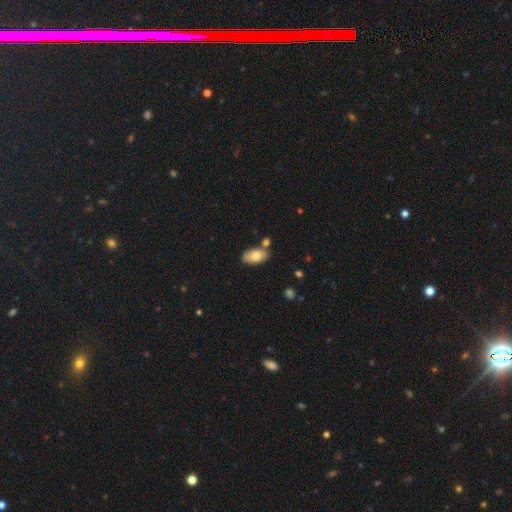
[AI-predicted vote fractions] smooth_or_featured: smooth (p=0.78) [alt: featured or disk p=0.15]
how_rounded: in between (p=0.93) [alt: round p=0.03]
merging: none (p=0.74) [alt: minor disturbance p=0.14]